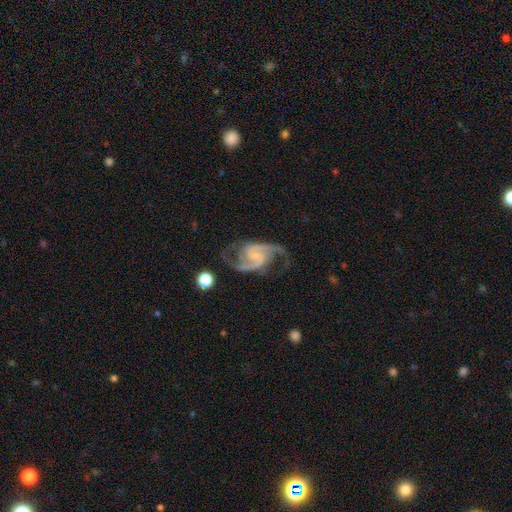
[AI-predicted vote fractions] Overall: featured or disk (92%). Edge-on disk: no (98%). Bar: weak (47%; no 38%). Spiral arms: yes (98%). Spiral arm count: 2 (92%). Spiral winding: medium (60%; loose 25%). Bulge size: small (60%). Merging: none (70%).